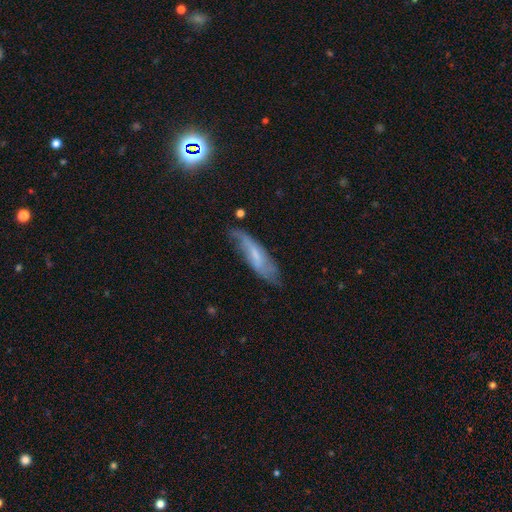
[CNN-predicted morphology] Smooth or featured: featured or disk — 56% (smooth — 36%)
Edge-on disk: no — 70% (yes — 30%)
Merging: none — 59% (minor disturbance — 28%)